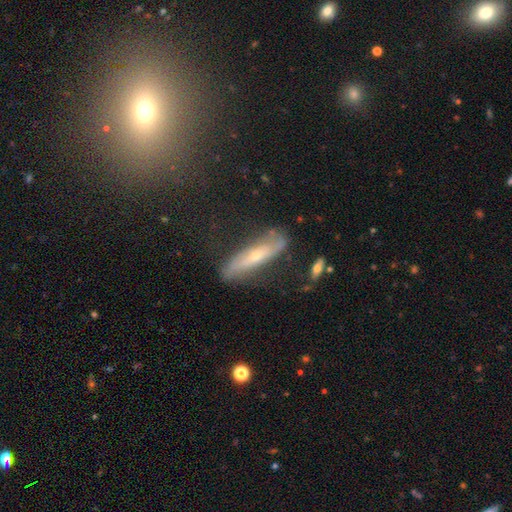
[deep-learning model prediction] Morphology: type=featured or disk (65%); edge-on=yes (52%); merging=none (68%).